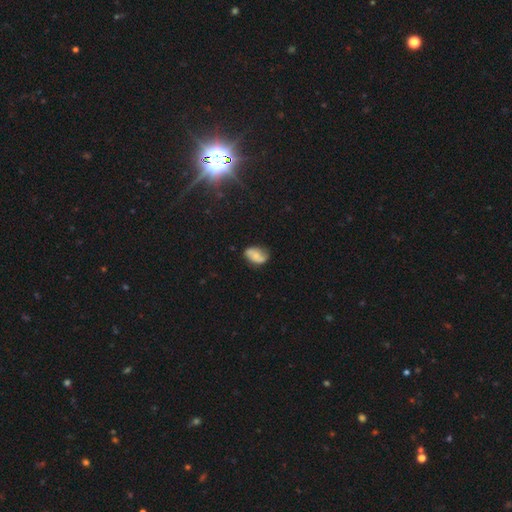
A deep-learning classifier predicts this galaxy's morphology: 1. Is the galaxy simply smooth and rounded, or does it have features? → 59% smooth, 32% featured or disk, 9% star or artifact.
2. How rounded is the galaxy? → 87% in between, 11% round, 2% cigar-shaped.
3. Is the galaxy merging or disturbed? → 64% none, 27% minor disturbance, 6% major disturbance, 3% merger.